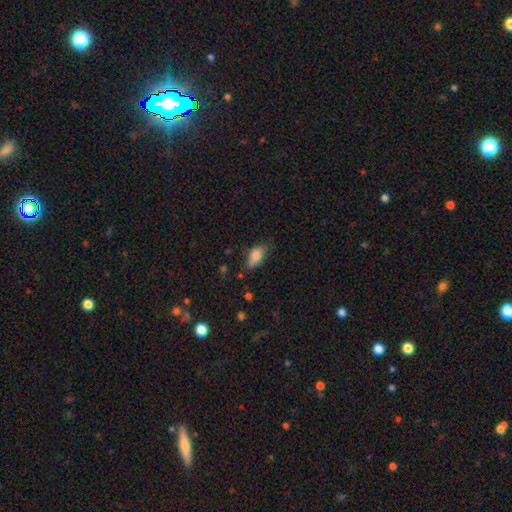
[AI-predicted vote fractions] A smooth galaxy with no disk features (83%) that is in between round and cigar-shaped (88%). Merging: none (57%).